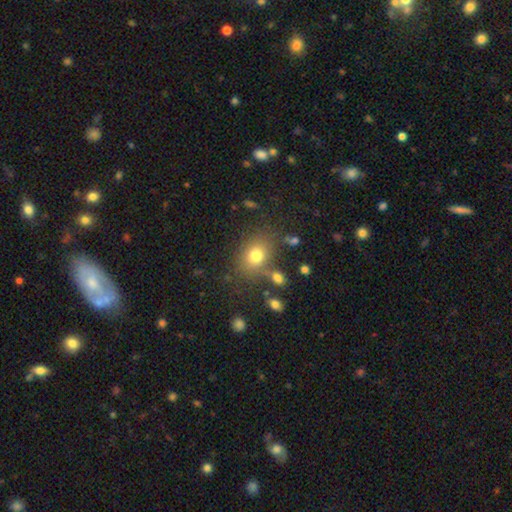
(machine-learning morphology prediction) A smooth galaxy with no disk features (75%) that is in between round and cigar-shaped (55%). Merging: none (72%).